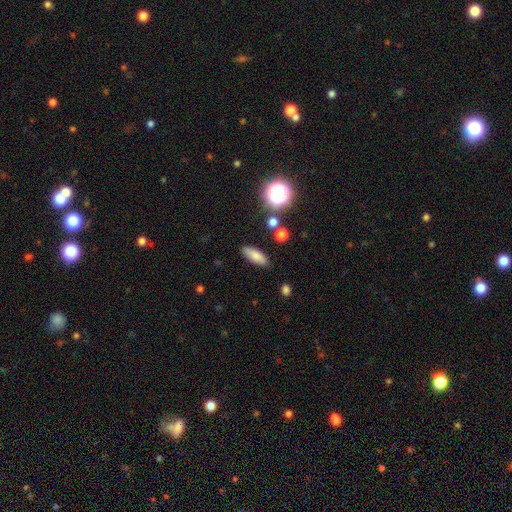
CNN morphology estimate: A smooth galaxy with no disk features (78%) that is in between round and cigar-shaped (67%). Merging: none (84%).